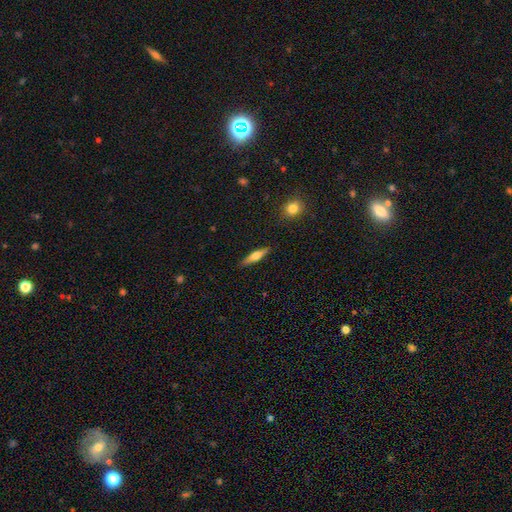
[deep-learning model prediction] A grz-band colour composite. It shows a smooth galaxy with no disk features (51%) that is cigar-shaped (77%). Merging: none (88%).